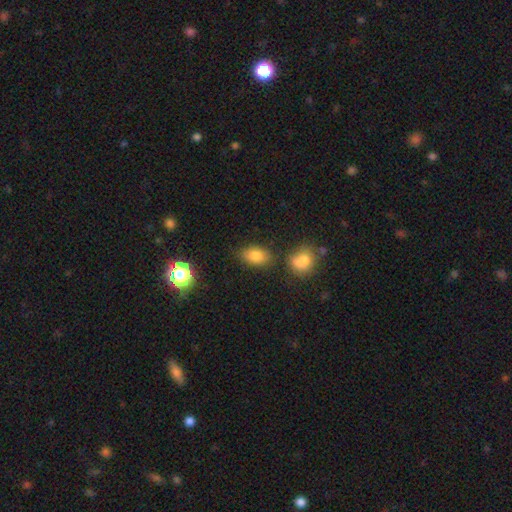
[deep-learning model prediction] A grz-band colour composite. It shows a smooth galaxy with no disk features (81%) that is in between round and cigar-shaped (85%). Merging: none (75%).